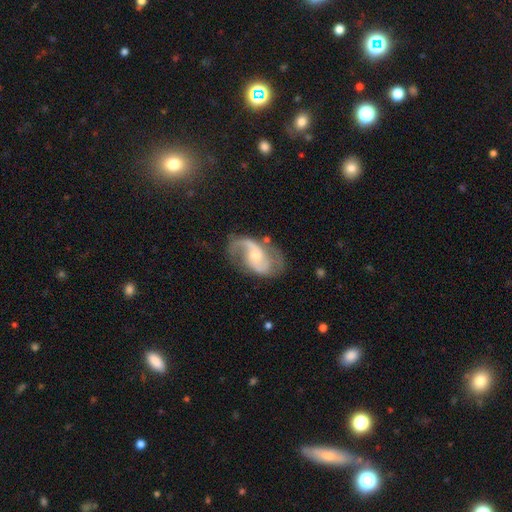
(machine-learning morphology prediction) Smooth or featured: featured or disk — 84% (smooth — 10%)
Edge-on disk: no — 97% (yes — 3%)
Bar: no — 50% (weak — 40%)
Spiral arms: yes — 95% (no — 5%)
Spiral winding: medium — 45% (loose — 43%)
Spiral arm count: 2 — 80% (1 — 11%)
Bulge size: moderate — 46% (small — 45%)
Merging: none — 60% (minor disturbance — 22%)